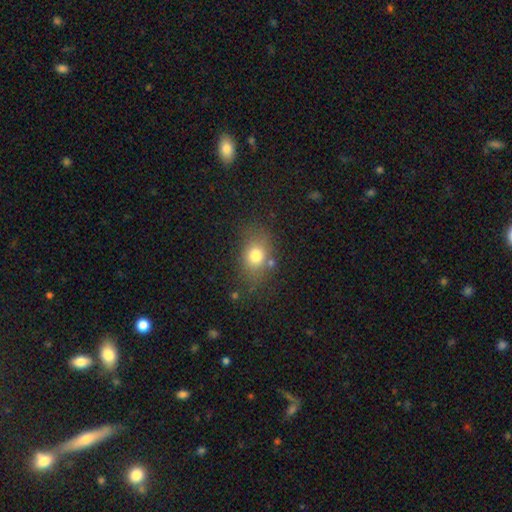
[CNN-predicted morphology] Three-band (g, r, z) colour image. It shows a smooth galaxy with no disk features (76%) that is in between round and cigar-shaped (60%). Merging: none (72%).